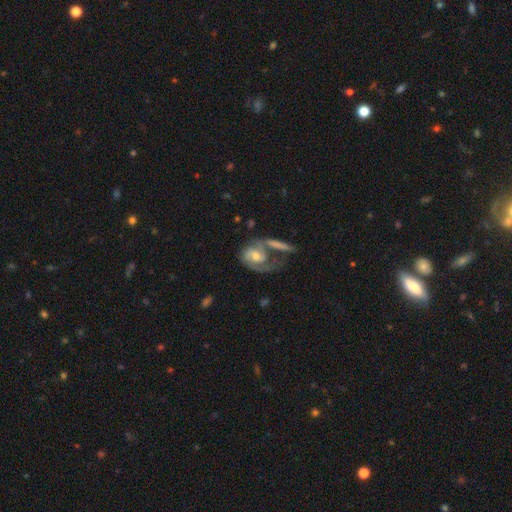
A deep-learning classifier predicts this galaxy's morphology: Smooth or featured?
  - featured or disk: 72% *
  - smooth: 22%
  - star or artifact: 6%
Edge-on disk?
  - no: 95% *
  - yes: 5%
Bar?
  - no: 53% *
  - weak: 36%
  - strong: 11%
Spiral arms?
  - yes: 85% *
  - no: 15%
Spiral winding?
  - medium: 43% *
  - tight: 35%
  - loose: 22%
Spiral arm count?
  - 2: 51% *
  - 1: 26%
  - can't tell: 17%
  - 3: 3%
  - 4: 1%
  - more than 4: 1%
Bulge size?
  - moderate: 58% *
  - small: 31%
  - large: 7%
  - none: 3%
  - dominant: 1%
Merging?
  - merger: 31% *
  - none: 28%
  - major disturbance: 27%
  - minor disturbance: 14%